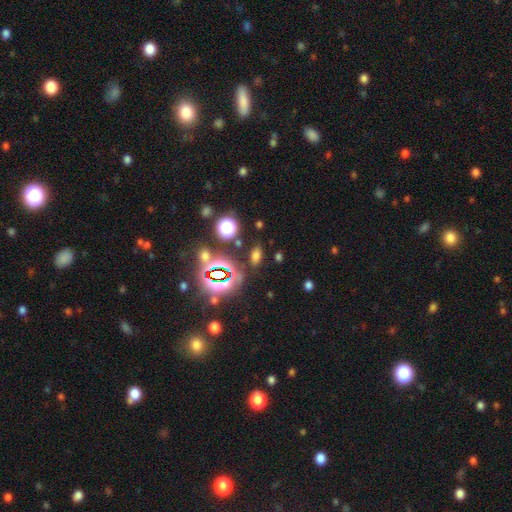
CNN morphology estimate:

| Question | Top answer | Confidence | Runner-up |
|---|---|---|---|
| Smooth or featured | smooth | 58% | star or artifact (33%) |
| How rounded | in between | 79% | round (14%) |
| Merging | none | 82% | minor disturbance (11%) |